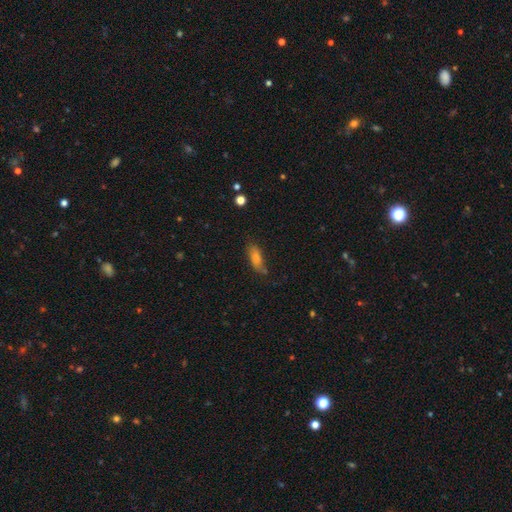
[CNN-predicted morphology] Overall: smooth (66%). How rounded: in between (67%; cigar-shaped 29%). Merging: none (66%).